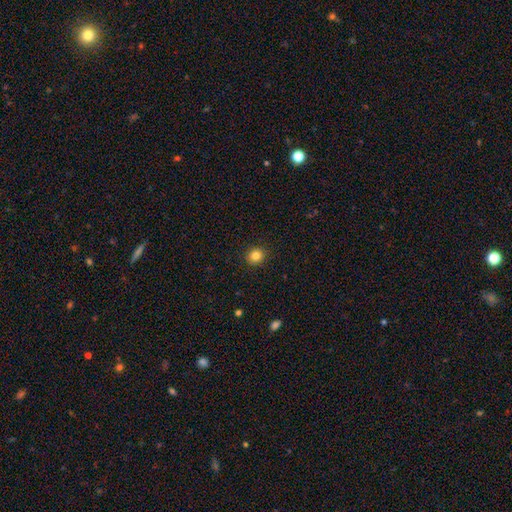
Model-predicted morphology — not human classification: A smooth galaxy with no disk features (83%) that is round (82%).

Vote fractions:
- Smooth or featured? smooth: 83% / star or artifact: 11% / featured or disk: 6%
- How rounded? round: 82% / in between: 18% / cigar-shaped: 1%
- Merging? none: 91% / minor disturbance: 6% / major disturbance: 2% / merger: 1%